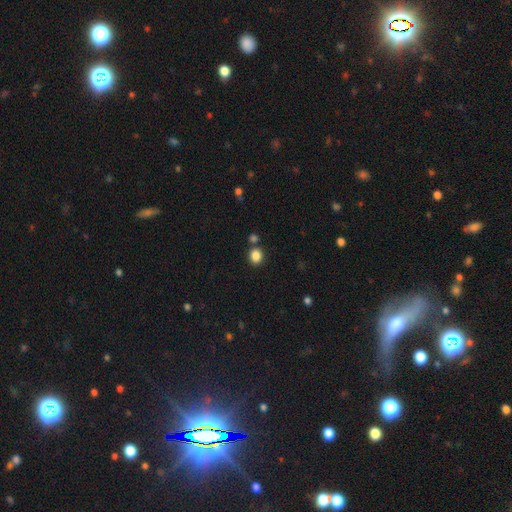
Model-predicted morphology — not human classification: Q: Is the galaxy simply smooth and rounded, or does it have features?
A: smooth — 86%.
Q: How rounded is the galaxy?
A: round — 63%.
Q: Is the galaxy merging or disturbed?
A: none — 76%.